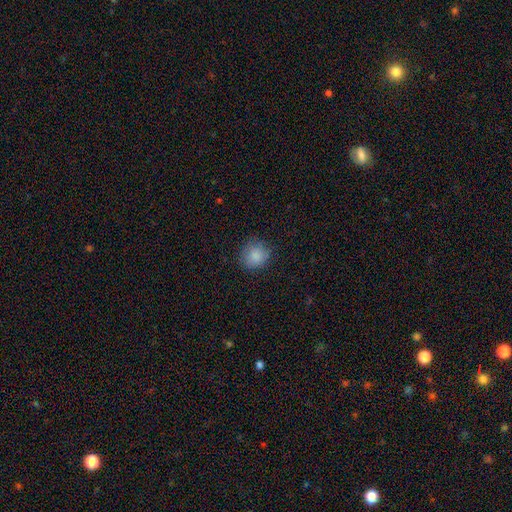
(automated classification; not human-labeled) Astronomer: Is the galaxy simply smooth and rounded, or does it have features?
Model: smooth — 86%.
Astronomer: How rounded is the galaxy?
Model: round — 87%.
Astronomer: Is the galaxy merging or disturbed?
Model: none — 80%.